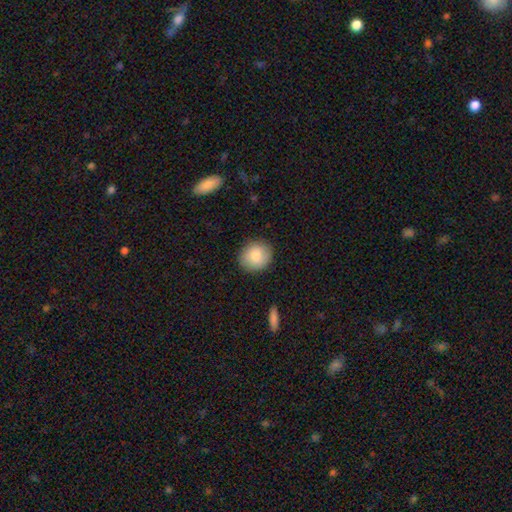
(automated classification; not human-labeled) smooth 83%, featured or disk 10%, star or artifact 7%. Down the decision tree: how rounded — round (80%); merging — none (88%).